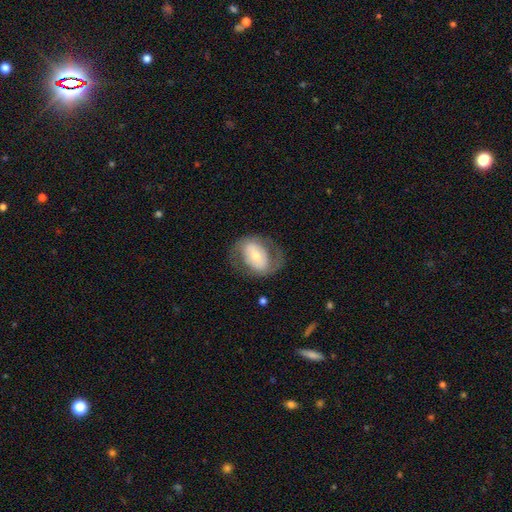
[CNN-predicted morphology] The model was most divided on "bulge size": moderate: 46%, small: 40%, large: 9%, none: 2%, dominant: 2%. Remaining: edge-on disk — no (95%); merging — none (63%); spiral arms — yes (58%); smooth or featured — featured or disk (55%); bar — no (45%).